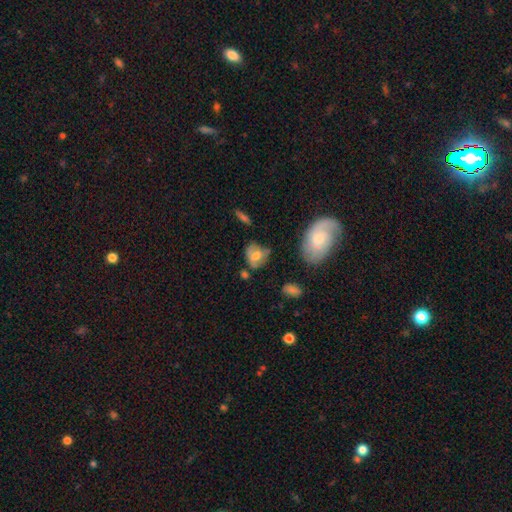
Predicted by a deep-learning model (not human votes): Q: Smooth or featured?
A: smooth (57%); runner-up: featured or disk (34%)
Q: How rounded?
A: in between (51%); runner-up: round (47%)
Q: Merging?
A: none (45%); runner-up: minor disturbance (31%)